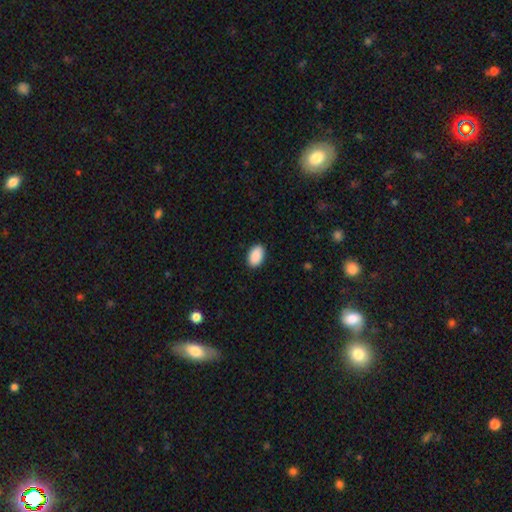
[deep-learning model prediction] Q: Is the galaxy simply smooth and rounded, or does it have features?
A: smooth — 91%.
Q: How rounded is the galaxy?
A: in between — 92%.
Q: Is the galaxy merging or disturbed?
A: none — 89%.